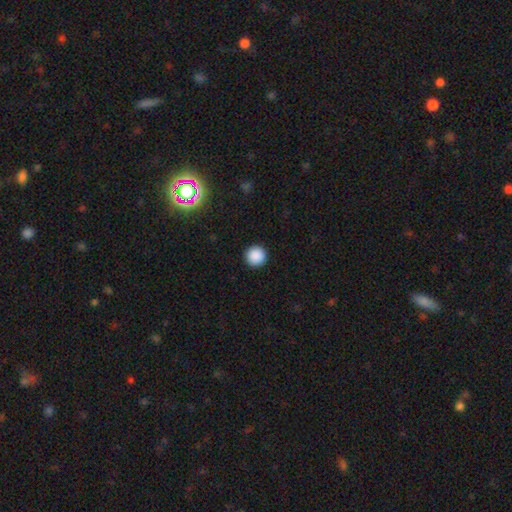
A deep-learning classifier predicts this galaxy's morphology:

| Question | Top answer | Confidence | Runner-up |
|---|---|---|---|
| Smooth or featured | smooth | 89% | star or artifact (9%) |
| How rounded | round | 96% | in between (3%) |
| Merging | none | 93% | minor disturbance (4%) |